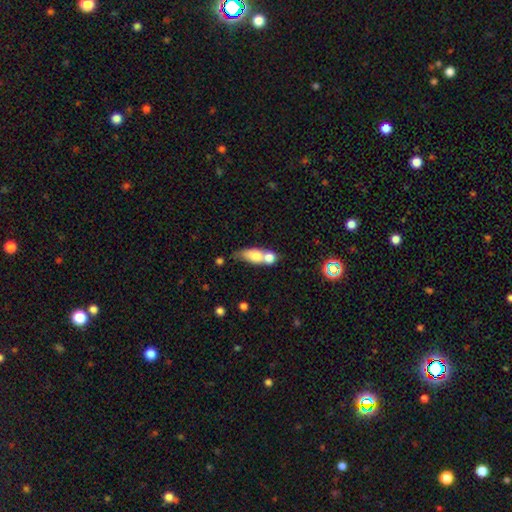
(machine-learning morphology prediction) A smooth galaxy with no disk features (71%) that is in between round and cigar-shaped (65%).

Vote fractions:
- Smooth or featured? smooth: 71% / featured or disk: 21% / star or artifact: 8%
- How rounded? in between: 65% / cigar-shaped: 20% / round: 16%
- Merging? merger: 64% / none: 21% / minor disturbance: 9% / major disturbance: 6%